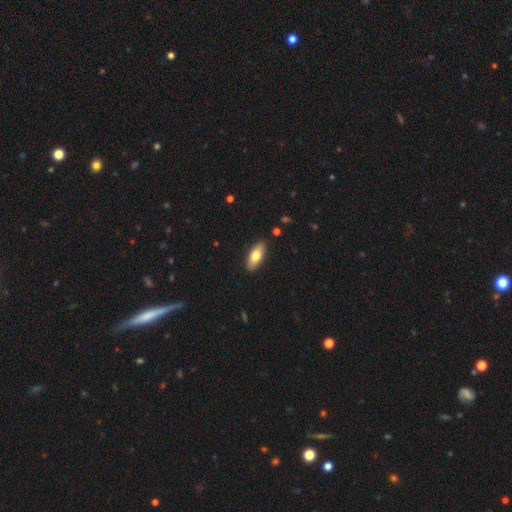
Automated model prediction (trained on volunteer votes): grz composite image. It shows a smooth galaxy with no disk features (76%) that is in between round and cigar-shaped (83%). Merging: none (89%).